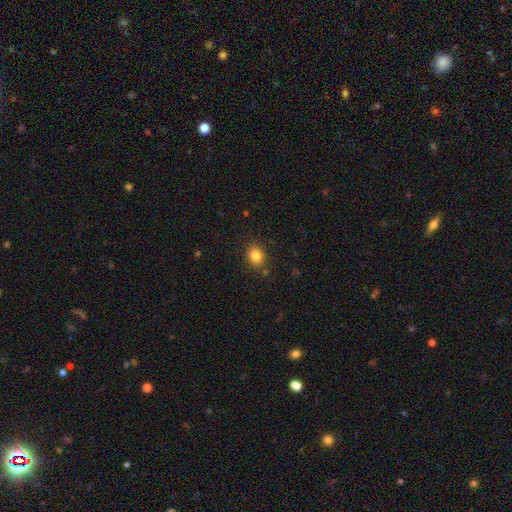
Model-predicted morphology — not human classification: Smooth or featured: smooth — 83% (star or artifact — 11%)
How rounded: round — 62% (in between — 37%)
Merging: none — 86% (minor disturbance — 9%)